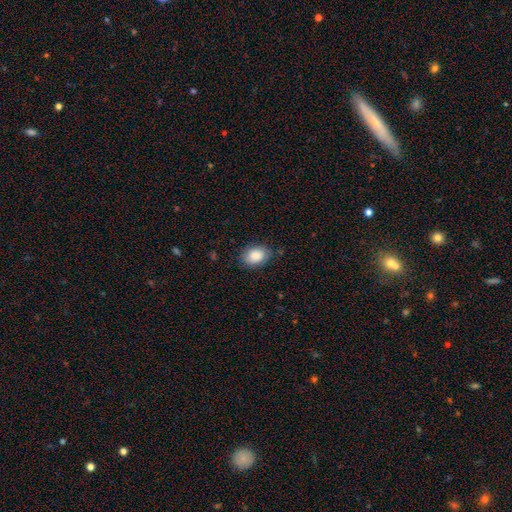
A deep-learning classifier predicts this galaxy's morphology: Q: Smooth or featured?
A: smooth (88%); runner-up: star or artifact (7%)
Q: How rounded?
A: in between (79%); runner-up: round (20%)
Q: Merging?
A: none (79%); runner-up: minor disturbance (16%)